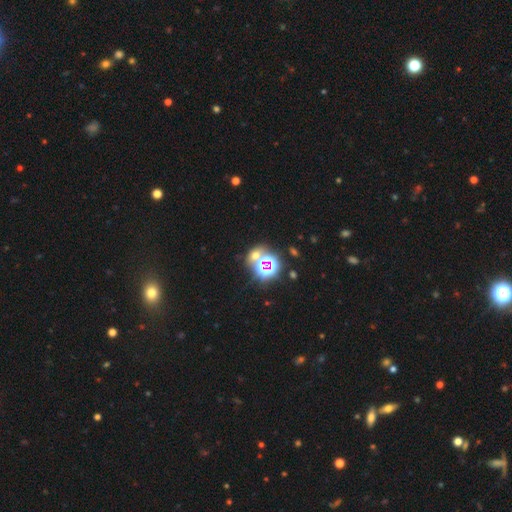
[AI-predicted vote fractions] Morphology: type=star or artifact (58%).